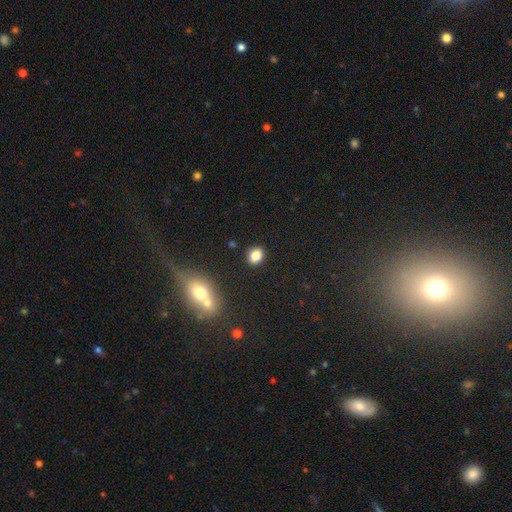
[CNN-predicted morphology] type=smooth (84%); roundness=in between (50%); merging=none (87%).